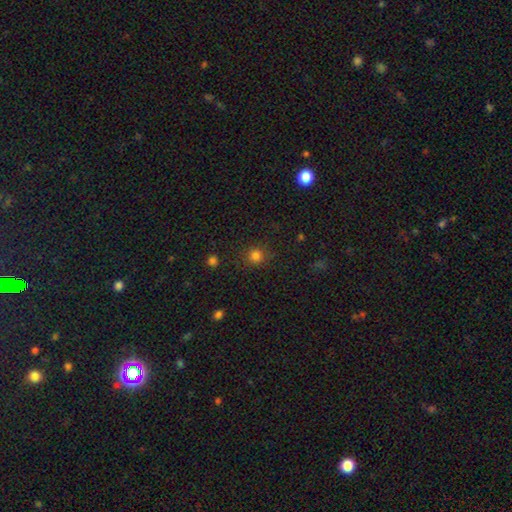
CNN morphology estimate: Smooth or featured? Predicted: smooth (p=0.80). How rounded? Predicted: round (p=0.88). Merging? Predicted: none (p=0.84).